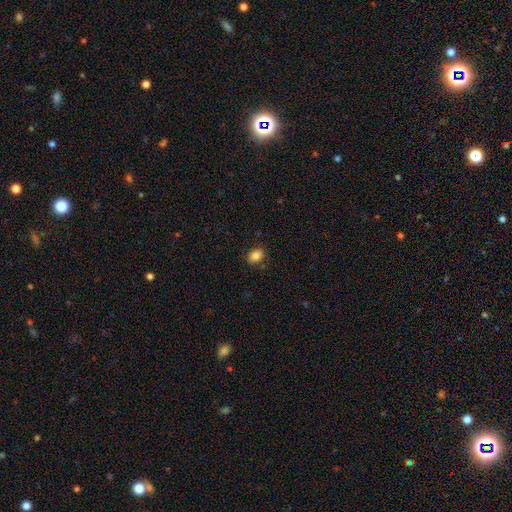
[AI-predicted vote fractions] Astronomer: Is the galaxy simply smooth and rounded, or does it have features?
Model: smooth — 85%.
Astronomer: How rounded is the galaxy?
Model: in between — 70%.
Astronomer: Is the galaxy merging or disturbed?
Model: none — 86%.